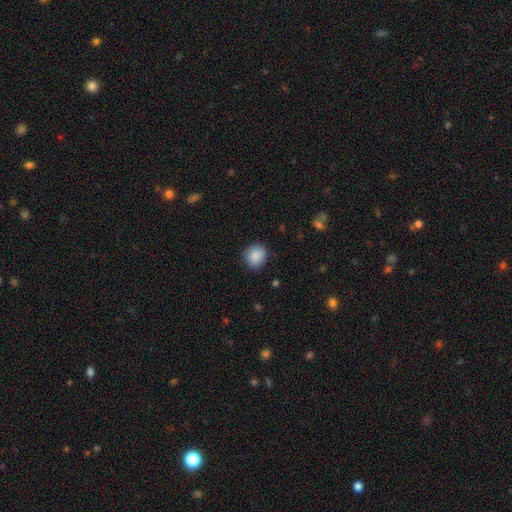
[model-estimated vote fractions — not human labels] Smooth or featured? Predicted: smooth (p=0.88). How rounded? Predicted: round (p=0.86). Merging? Predicted: none (p=0.85).